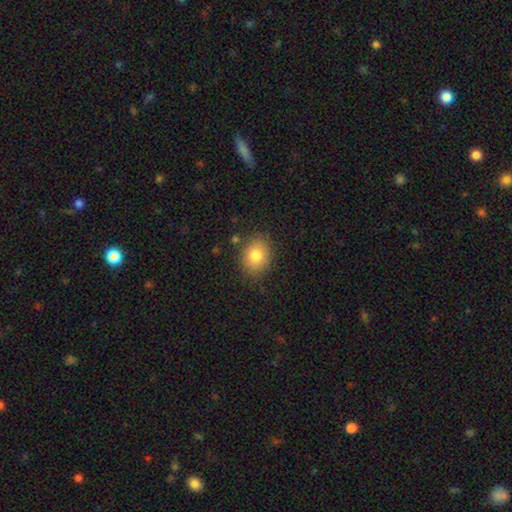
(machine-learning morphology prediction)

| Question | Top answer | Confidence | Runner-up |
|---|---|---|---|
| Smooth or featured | smooth | 80% | featured or disk (10%) |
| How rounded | round | 50% | in between (49%) |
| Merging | none | 83% | minor disturbance (12%) |